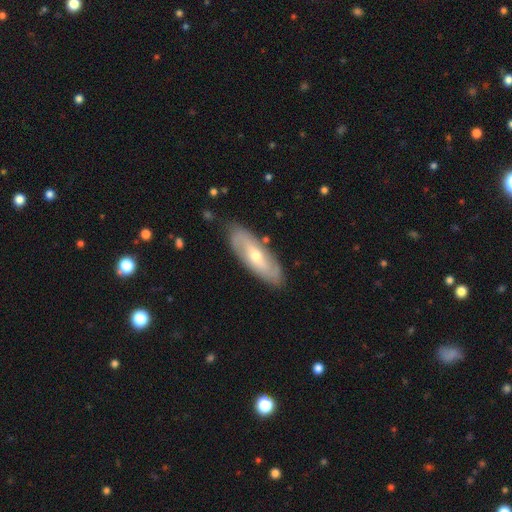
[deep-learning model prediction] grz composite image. It shows a featured or disk galaxy (62%). Merging: none (85%).